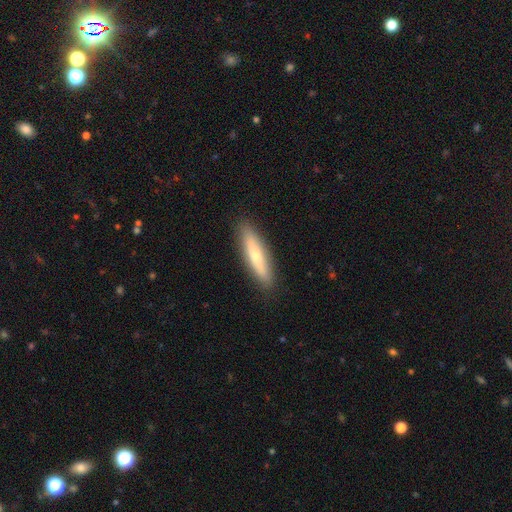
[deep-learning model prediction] This is possibly a smooth galaxy (54%). How rounded: likely cigar-shaped (77%). Merging: clearly none (89%).